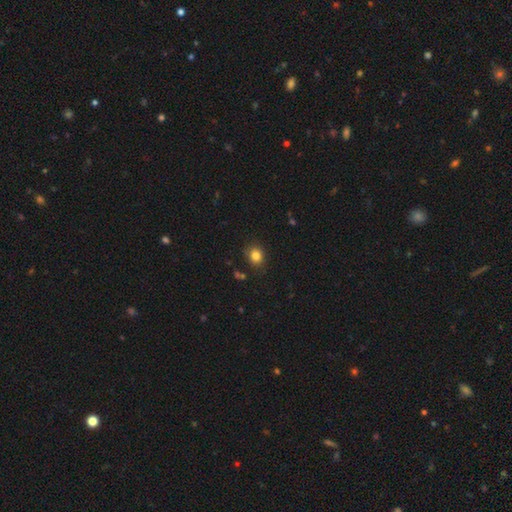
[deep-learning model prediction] A smooth galaxy with no disk features (83%) that is round (71%). Merging: none (85%).